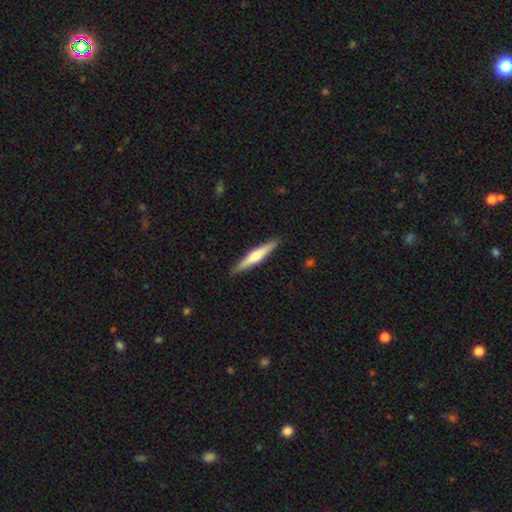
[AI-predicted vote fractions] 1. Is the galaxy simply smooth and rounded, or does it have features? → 54% featured or disk, 41% smooth, 5% star or artifact.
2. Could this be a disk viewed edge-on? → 97% yes, 3% no.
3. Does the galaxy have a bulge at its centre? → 81% rounded, 11% none, 8% boxy.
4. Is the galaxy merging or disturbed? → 91% none, 7% minor disturbance, 1% major disturbance, 1% merger.